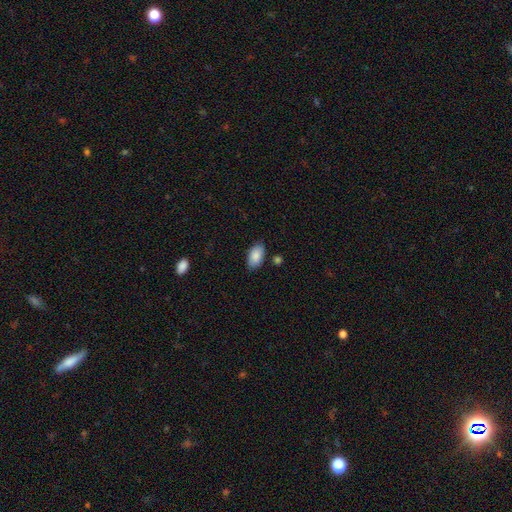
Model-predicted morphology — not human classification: This appears to be a smooth galaxy with no disk features (87%) that is in between round and cigar-shaped (94%). Merging: none (82%).